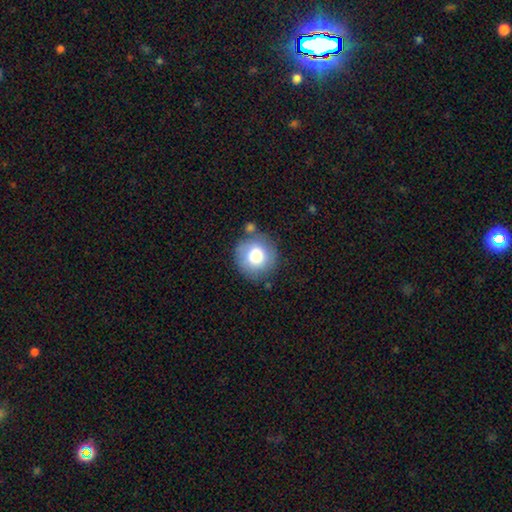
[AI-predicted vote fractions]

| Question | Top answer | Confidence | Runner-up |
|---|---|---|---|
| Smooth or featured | smooth | 79% | featured or disk (13%) |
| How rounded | round | 93% | in between (6%) |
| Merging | none | 78% | minor disturbance (12%) |